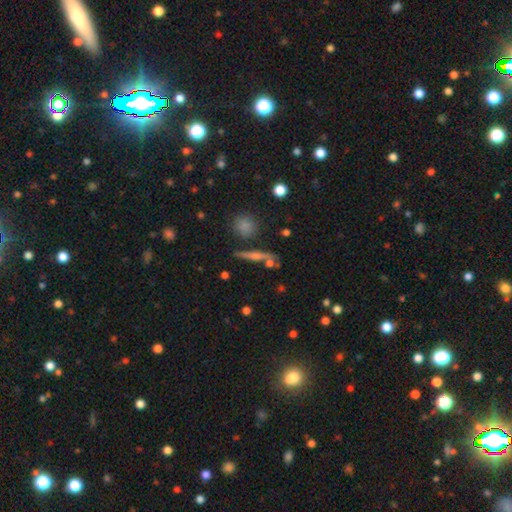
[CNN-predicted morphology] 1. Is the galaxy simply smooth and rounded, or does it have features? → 52% featured or disk, 34% smooth, 14% star or artifact.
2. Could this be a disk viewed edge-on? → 93% yes, 7% no.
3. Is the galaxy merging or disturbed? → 77% none, 10% minor disturbance, 9% merger, 4% major disturbance.